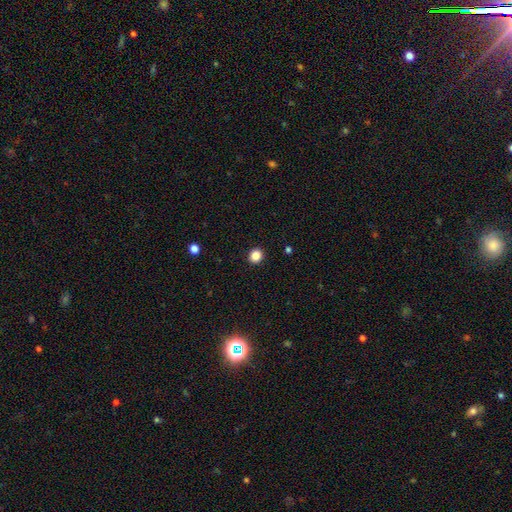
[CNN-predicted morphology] smooth-or-featured: smooth: 86% | star or artifact: 11% | featured or disk: 3%
  how-rounded: round: 84% | in between: 15% | cigar-shaped: 1%
  merging: none: 93% | minor disturbance: 5% | major disturbance: 2% | merger: 1%